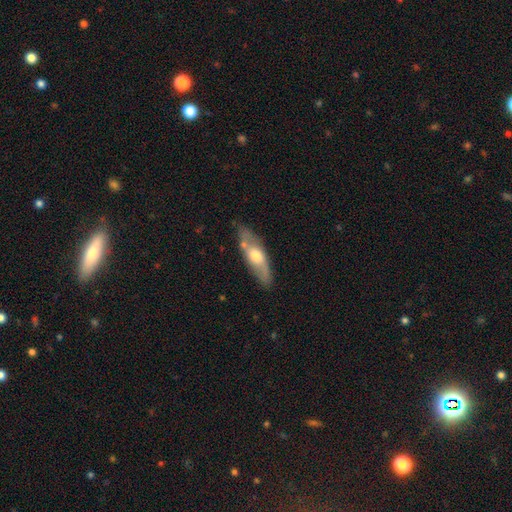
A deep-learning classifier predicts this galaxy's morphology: smooth-or-featured: smooth: 49% | featured or disk: 46% | star or artifact: 5%
  merging: none: 73% | minor disturbance: 18% | merger: 6% | major disturbance: 4%